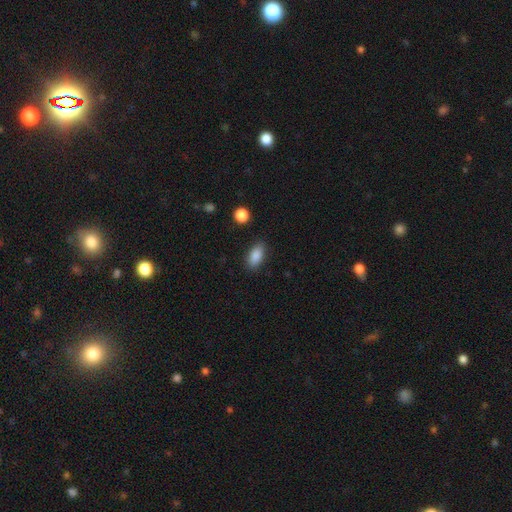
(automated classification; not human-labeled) Smooth or featured: smooth — 88% (star or artifact — 8%)
How rounded: in between — 90% (cigar-shaped — 5%)
Merging: none — 86% (minor disturbance — 10%)